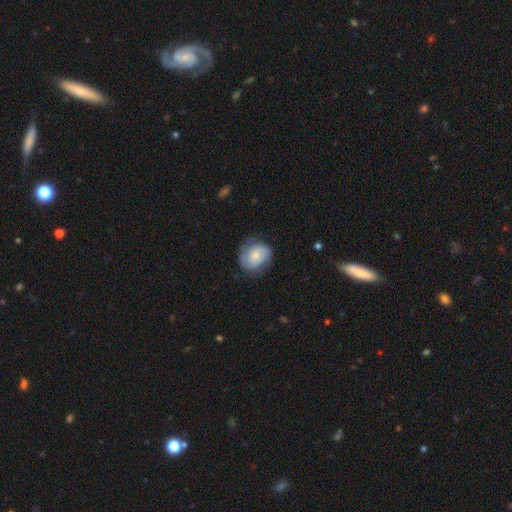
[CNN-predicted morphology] Q: Smooth or featured?
A: smooth (51%); runner-up: featured or disk (42%)
Q: How rounded?
A: round (61%); runner-up: in between (38%)
Q: Merging?
A: none (66%); runner-up: minor disturbance (24%)